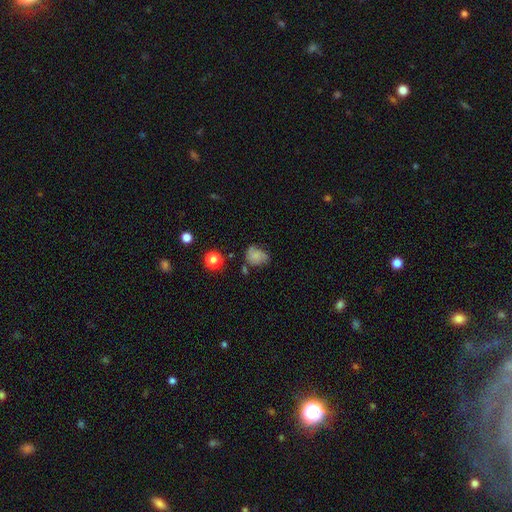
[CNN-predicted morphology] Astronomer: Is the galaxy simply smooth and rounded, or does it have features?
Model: smooth — 65%.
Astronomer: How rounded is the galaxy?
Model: round — 51% (runner-up: in between, 48%).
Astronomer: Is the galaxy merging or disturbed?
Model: none — 47% (runner-up: minor disturbance, 33%).